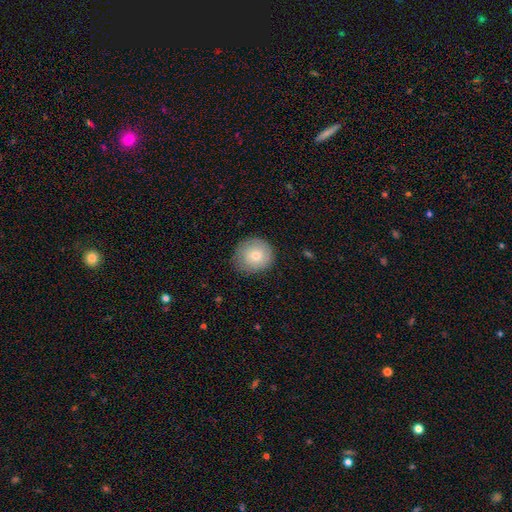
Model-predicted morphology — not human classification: This appears to be a smooth galaxy with no disk features (75%) that is round (89%). Merging: none (80%).